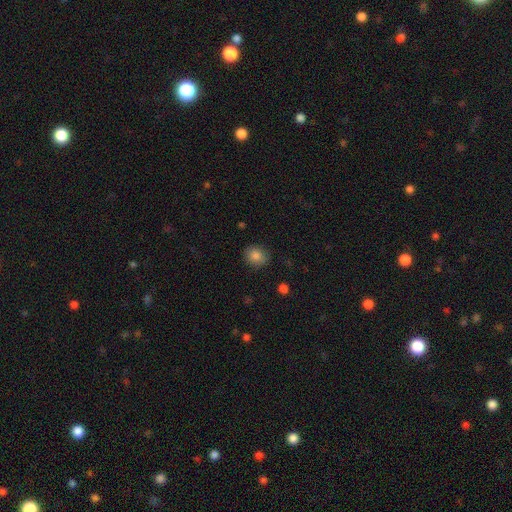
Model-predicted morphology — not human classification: smooth 84%, star or artifact 10%, featured or disk 6%. Down the decision tree: how rounded — round (76%); merging — none (85%).